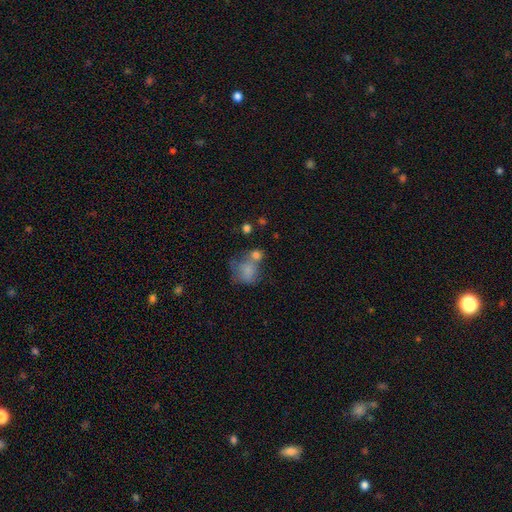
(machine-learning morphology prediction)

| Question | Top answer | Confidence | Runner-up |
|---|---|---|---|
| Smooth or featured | smooth | 44% | star or artifact (35%) |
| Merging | none | 53% | merger (24%) |